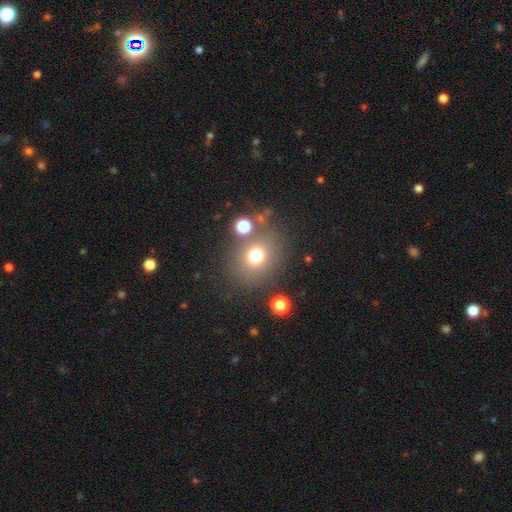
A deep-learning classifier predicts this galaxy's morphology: smooth-or-featured: smooth: 72% | star or artifact: 16% | featured or disk: 12%
  how-rounded: round: 76% | in between: 24% | cigar-shaped: 1%
  merging: none: 74% | minor disturbance: 11% | merger: 9% | major disturbance: 6%